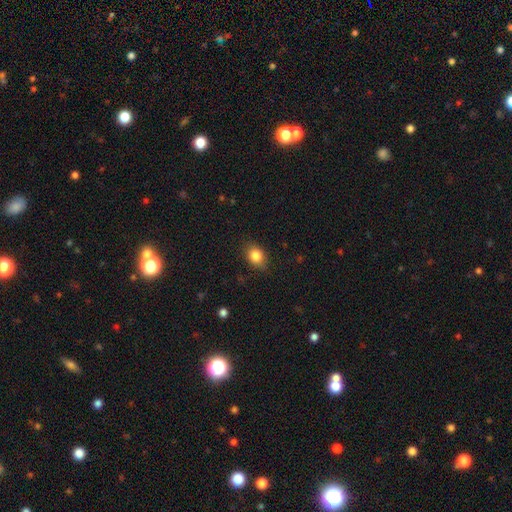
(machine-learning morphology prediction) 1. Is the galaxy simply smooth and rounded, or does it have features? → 84% smooth, 9% star or artifact, 7% featured or disk.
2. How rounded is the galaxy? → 63% in between, 35% round, 1% cigar-shaped.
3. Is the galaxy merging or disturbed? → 83% none, 13% minor disturbance, 3% major disturbance, 1% merger.